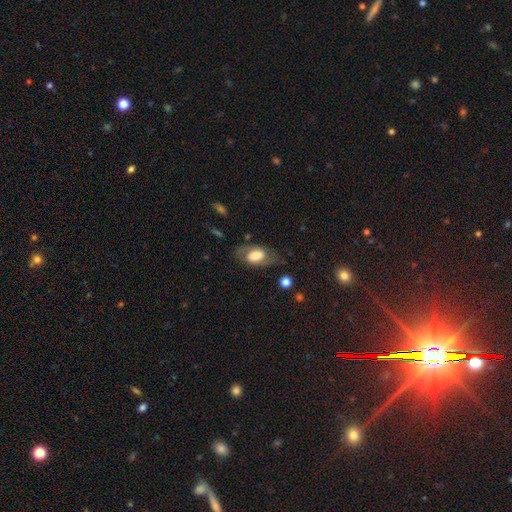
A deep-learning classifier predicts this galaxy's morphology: Smooth or featured? Predicted: smooth (p=0.49). Merging? Predicted: none (p=0.68).